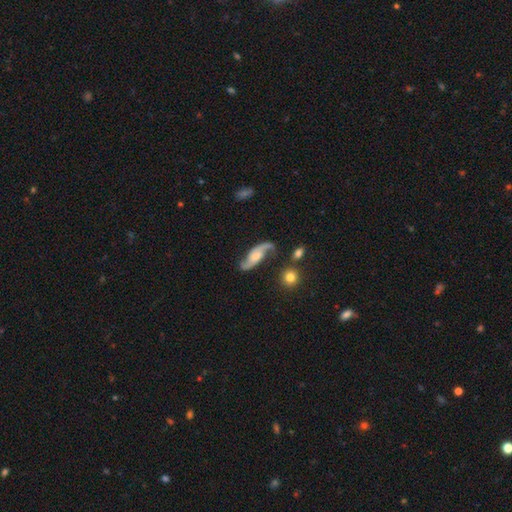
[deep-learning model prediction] featured or disk 82%, smooth 12%, star or artifact 6%. Down the decision tree: edge-on disk — no (92%); bar — no (55%); spiral arms — yes (96%); spiral arm count — 2 (91%); spiral winding — loose (64%); bulge size — moderate (36%); merging — none (69%).